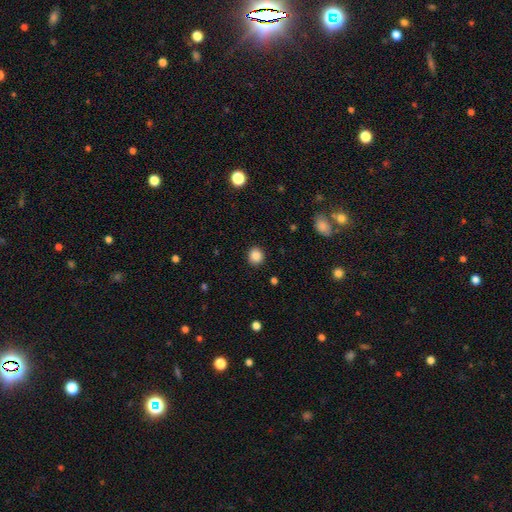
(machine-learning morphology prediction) Q: Smooth or featured?
A: smooth (87%); runner-up: star or artifact (10%)
Q: How rounded?
A: round (86%); runner-up: in between (13%)
Q: Merging?
A: none (91%); runner-up: minor disturbance (6%)